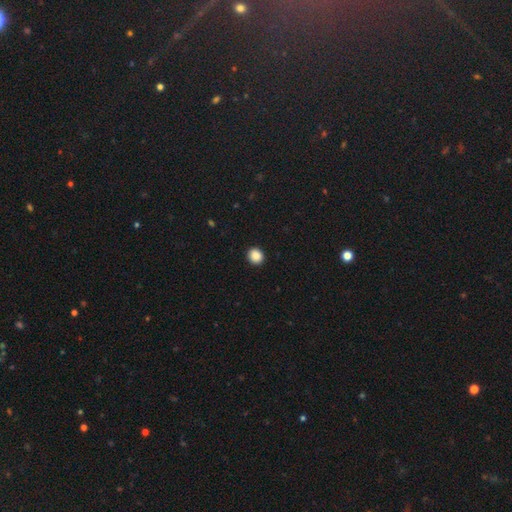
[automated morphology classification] A smooth galaxy with no disk features (89%) that is round (84%).

Vote fractions:
- Smooth or featured? smooth: 89% / star or artifact: 9% / featured or disk: 2%
- How rounded? round: 84% / in between: 15% / cigar-shaped: 1%
- Merging? none: 93% / minor disturbance: 5% / major disturbance: 2% / merger: 1%